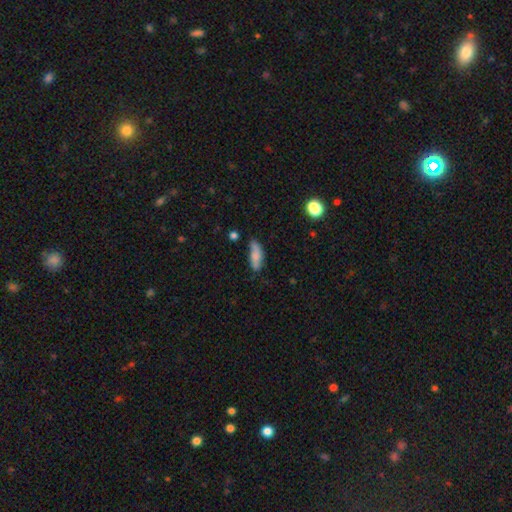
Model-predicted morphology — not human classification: smooth_or_featured: smooth (p=0.74) [alt: featured or disk p=0.18]
how_rounded: in between (p=0.66) [alt: cigar-shaped p=0.31]
merging: none (p=0.56) [alt: minor disturbance p=0.29]